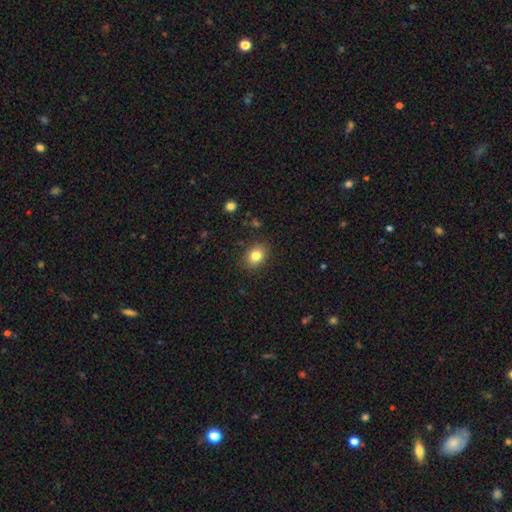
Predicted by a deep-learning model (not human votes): Morphology: type=smooth (82%); roundness=in between (63%); merging=none (87%).